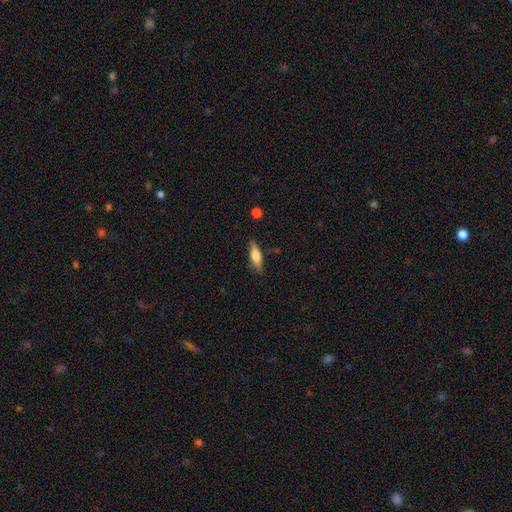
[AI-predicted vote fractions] A smooth galaxy with no disk features (51%) that is cigar-shaped (59%). Merging: none (85%).